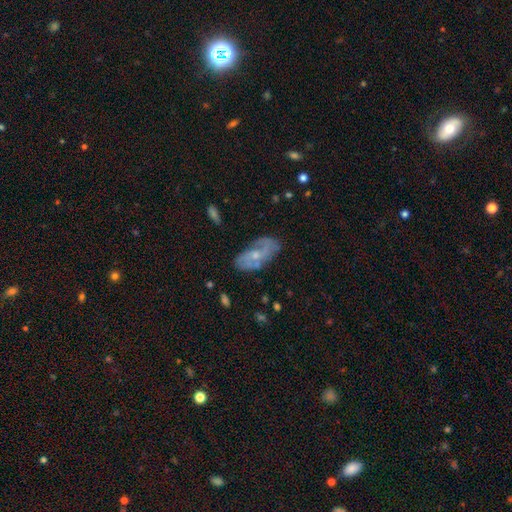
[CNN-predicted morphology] featured or disk 68%, smooth 24%, star or artifact 8%. Down the decision tree: edge-on disk — no (93%); bar — no (64%); spiral arms — yes (81%); spiral arm count — 2 (58%); spiral winding — medium (43%); bulge size — small (50%); merging — none (68%).